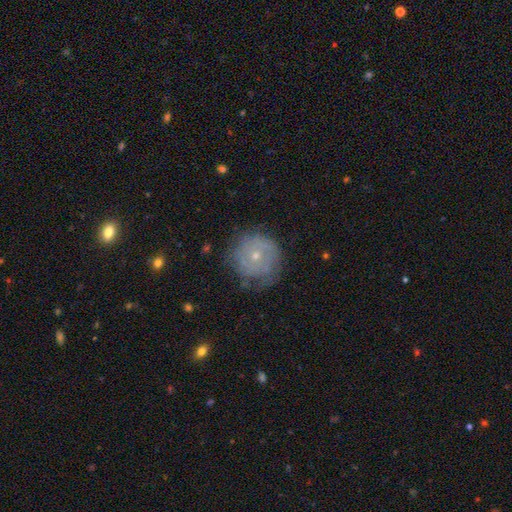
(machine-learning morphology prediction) smooth_or_featured: featured or disk (p=0.54) [alt: smooth p=0.37]
disk_edge_on: no (p=0.97) [alt: yes p=0.03]
bar: no (p=0.85) [alt: weak p=0.12]
has_spiral_arms: yes (p=0.67) [alt: no p=0.33]
bulge_size: small (p=0.66) [alt: moderate p=0.31]
merging: none (p=0.63) [alt: minor disturbance p=0.25]